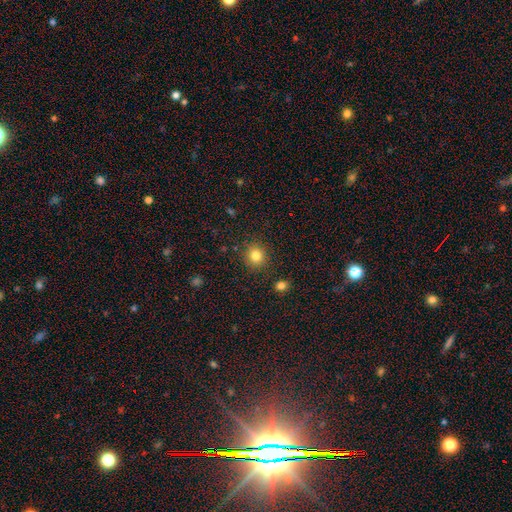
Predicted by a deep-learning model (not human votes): Smooth or featured: smooth — 82% (star or artifact — 12%)
How rounded: round — 88% (in between — 11%)
Merging: none — 89% (minor disturbance — 7%)